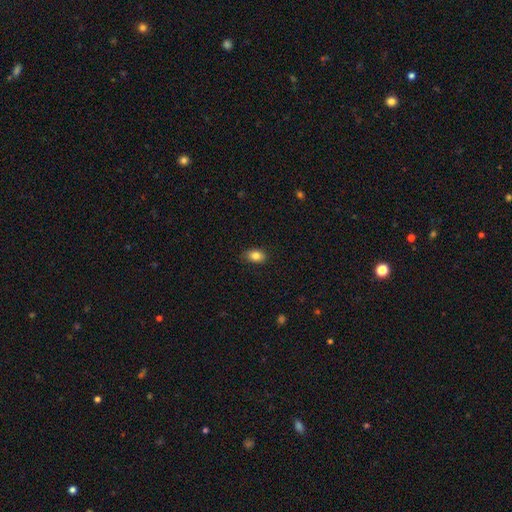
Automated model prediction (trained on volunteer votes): Smooth or featured? smooth (84%)
How rounded? in between (85%)
Merging? none (82%)